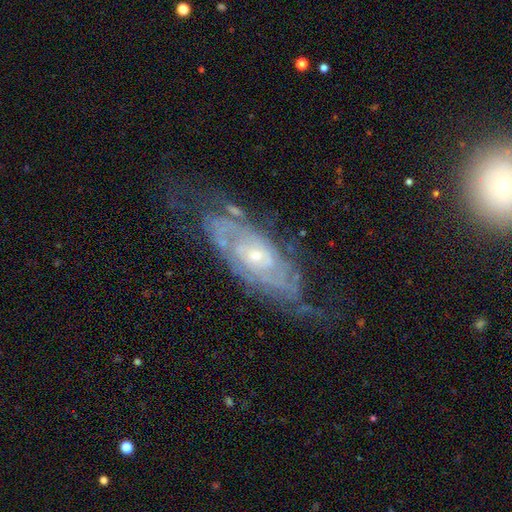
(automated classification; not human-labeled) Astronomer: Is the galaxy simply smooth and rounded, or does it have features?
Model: featured or disk — 84%.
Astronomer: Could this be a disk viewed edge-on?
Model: no — 88%.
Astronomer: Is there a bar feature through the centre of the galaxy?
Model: no — 70%.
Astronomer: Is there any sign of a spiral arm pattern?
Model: yes — 93%.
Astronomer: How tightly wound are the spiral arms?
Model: tight — 70%.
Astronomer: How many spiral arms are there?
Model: can't tell — 43% (runner-up: 2, 31%).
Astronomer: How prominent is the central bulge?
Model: small — 69%.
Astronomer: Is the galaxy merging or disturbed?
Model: none — 66%.